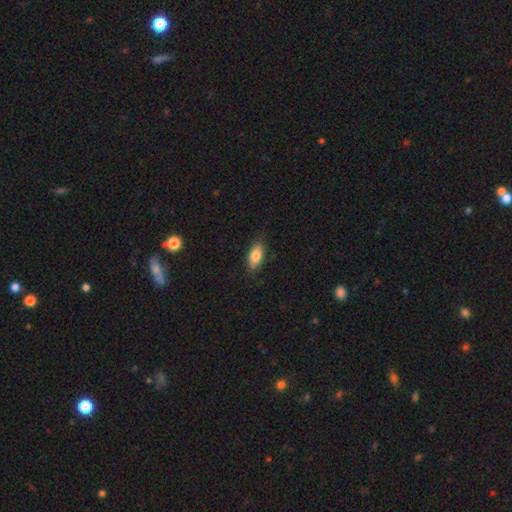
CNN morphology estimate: This appears to be a smooth galaxy with no disk features (79%) that is in between round and cigar-shaped (84%). Merging: none (83%).